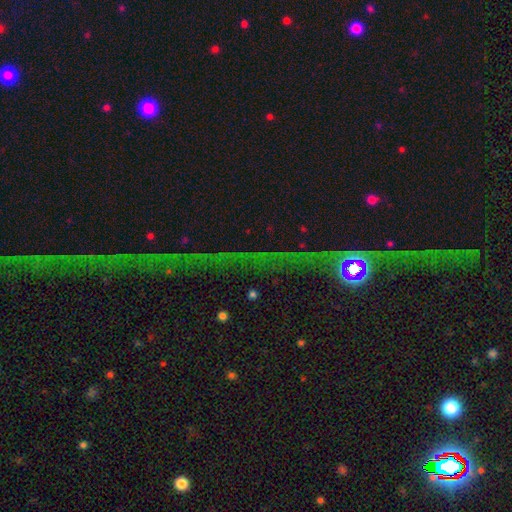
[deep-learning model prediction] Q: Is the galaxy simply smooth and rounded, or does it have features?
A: star or artifact — 73%.